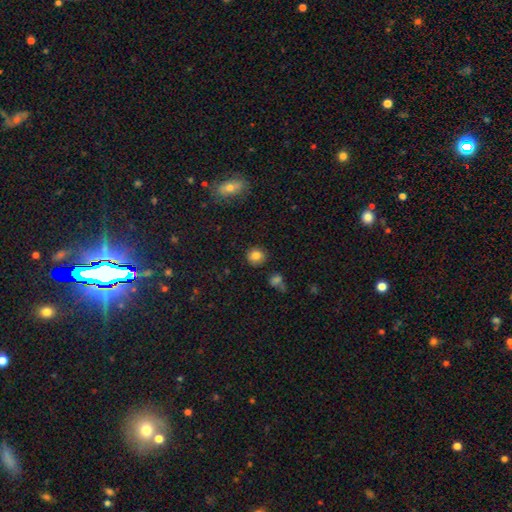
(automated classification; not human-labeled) Smooth or featured? Predicted: smooth (p=0.83). How rounded? Predicted: round (p=0.86). Merging? Predicted: none (p=0.87).